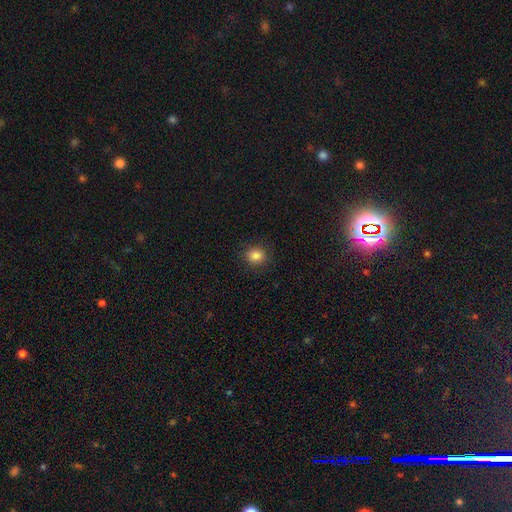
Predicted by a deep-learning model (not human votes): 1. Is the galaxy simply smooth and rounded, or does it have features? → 85% smooth, 11% star or artifact, 4% featured or disk.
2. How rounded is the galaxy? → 65% round, 34% in between, 1% cigar-shaped.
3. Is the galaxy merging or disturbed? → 88% none, 9% minor disturbance, 3% major disturbance, 1% merger.